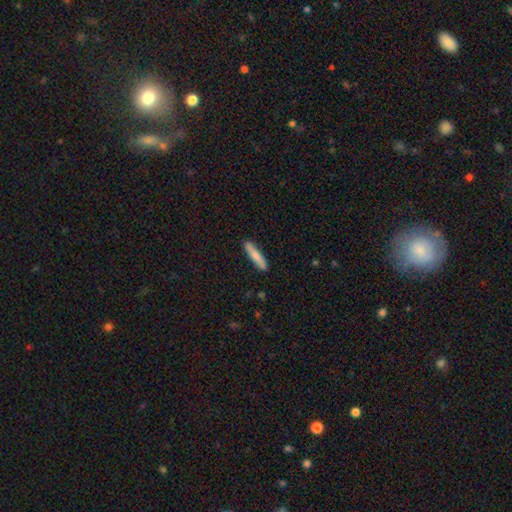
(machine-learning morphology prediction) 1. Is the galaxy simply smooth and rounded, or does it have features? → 71% smooth, 24% featured or disk, 5% star or artifact.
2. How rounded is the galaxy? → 89% cigar-shaped, 9% in between, 1% round.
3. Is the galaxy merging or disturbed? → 89% none, 8% minor disturbance, 2% major disturbance, 1% merger.